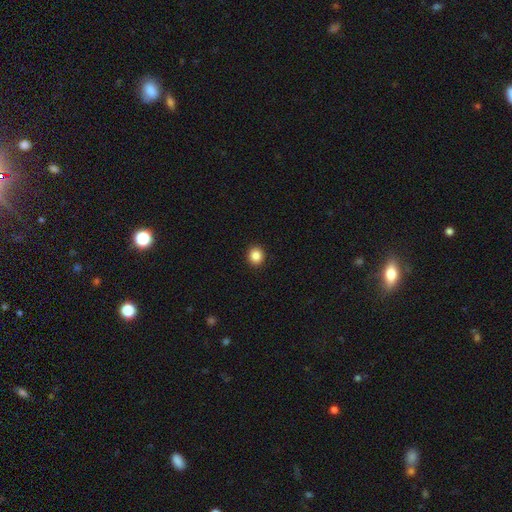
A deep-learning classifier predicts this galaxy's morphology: smooth 86%, star or artifact 10%, featured or disk 4%. Down the decision tree: how rounded — round (88%); merging — none (93%).